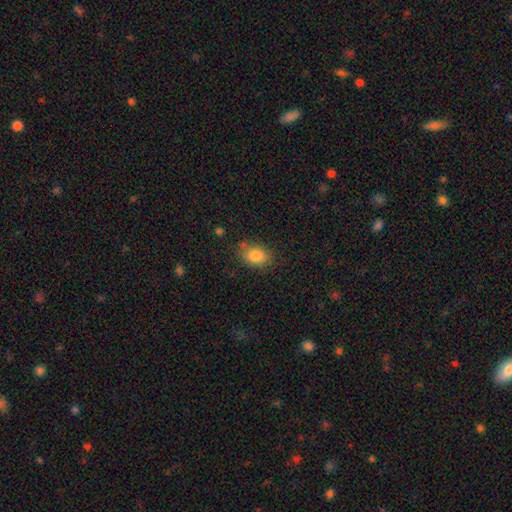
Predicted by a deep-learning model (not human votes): This appears to be a smooth galaxy with no disk features (83%) that is in between round and cigar-shaped (74%). Merging: none (78%).